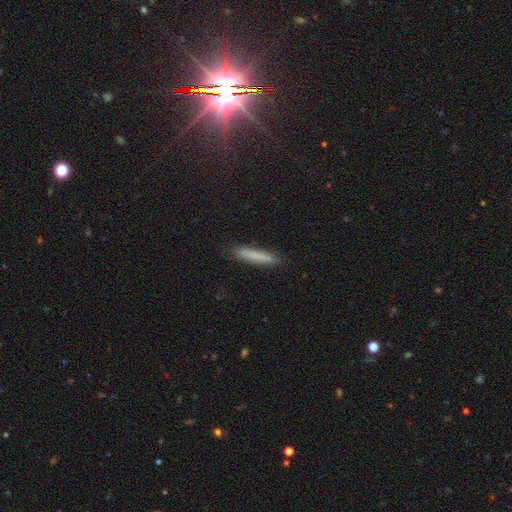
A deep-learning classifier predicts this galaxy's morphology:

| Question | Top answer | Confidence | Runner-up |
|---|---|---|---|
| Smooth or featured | smooth | 80% | featured or disk (12%) |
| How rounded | cigar-shaped | 93% | in between (5%) |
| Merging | none | 90% | minor disturbance (8%) |